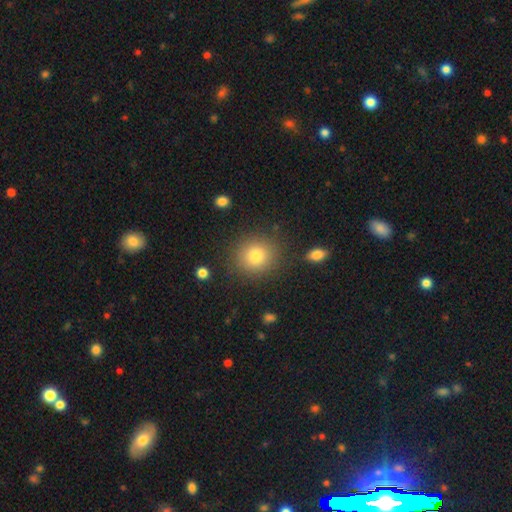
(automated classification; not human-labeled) A smooth galaxy with no disk features (81%) that is round (86%).

Vote fractions:
- Smooth or featured? smooth: 81% / star or artifact: 11% / featured or disk: 8%
- How rounded? round: 86% / in between: 13% / cigar-shaped: 1%
- Merging? none: 86% / minor disturbance: 8% / major disturbance: 3% / merger: 2%